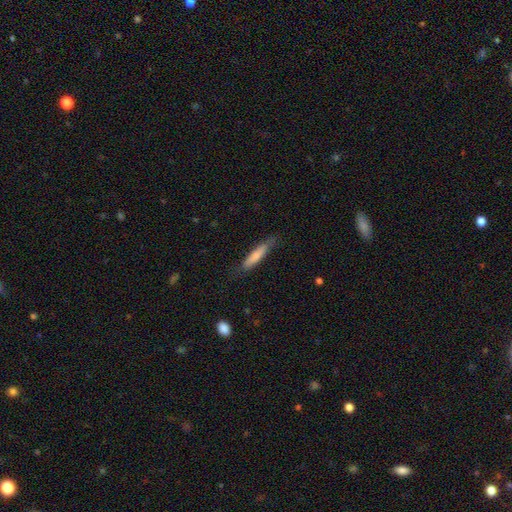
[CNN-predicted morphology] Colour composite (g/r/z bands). It shows a smooth galaxy with no disk features (75%) that is cigar-shaped (85%). Merging: none (77%).